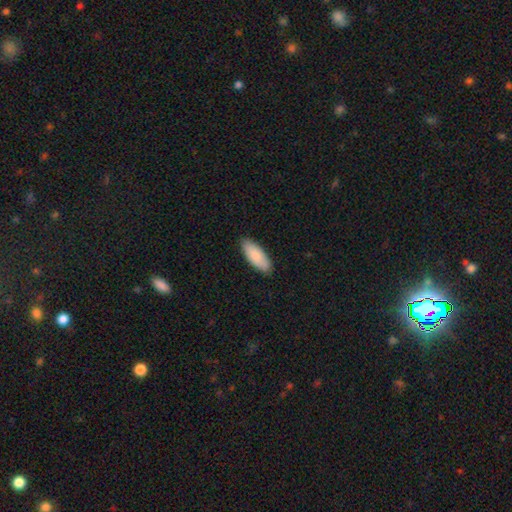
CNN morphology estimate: Smooth or featured? smooth (87%)
How rounded? in between (78%)
Merging? none (87%)